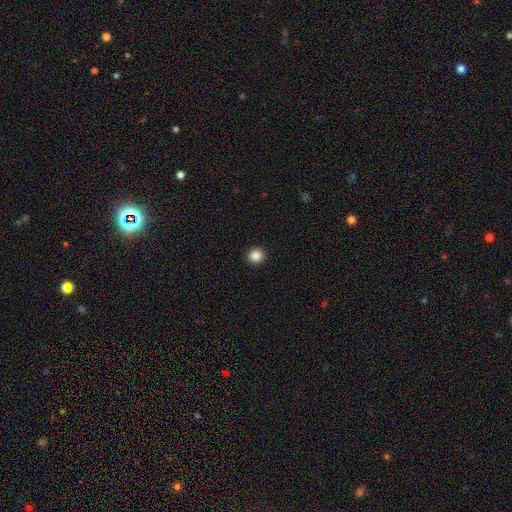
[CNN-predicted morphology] Smooth or featured?
  - smooth: 86% *
  - star or artifact: 11%
  - featured or disk: 3%
How rounded?
  - round: 90% *
  - in between: 9%
  - cigar-shaped: 1%
Merging?
  - none: 93% *
  - minor disturbance: 4%
  - major disturbance: 2%
  - merger: 1%